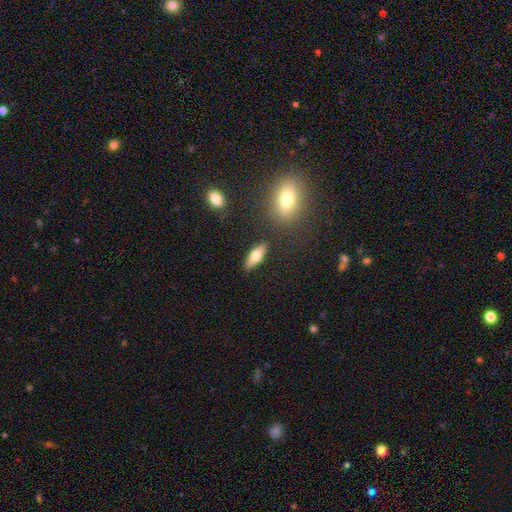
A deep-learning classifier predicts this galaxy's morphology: The model was most divided on "how rounded": in between: 62%, cigar-shaped: 34%, round: 4%. More confident: merging — none (87%); smooth or featured — smooth (62%).